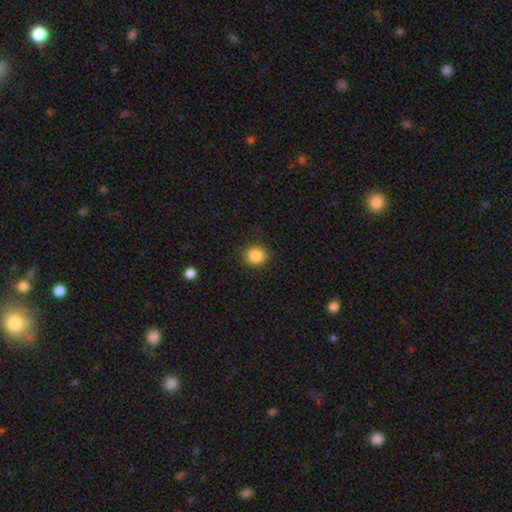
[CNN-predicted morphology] smooth-or-featured: smooth: 86% | star or artifact: 10% | featured or disk: 4%
  how-rounded: round: 84% | in between: 15% | cigar-shaped: 1%
  merging: none: 90% | minor disturbance: 7% | major disturbance: 2% | merger: 1%